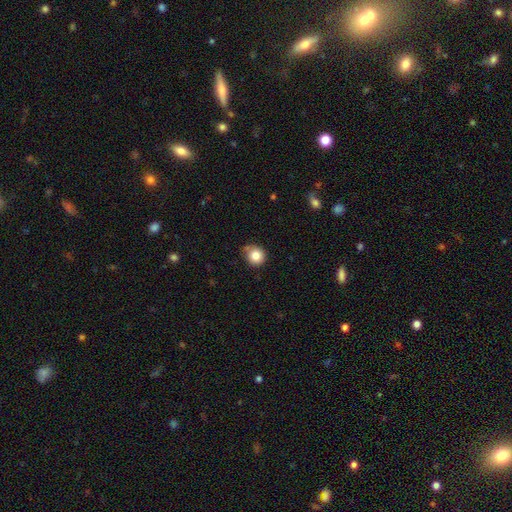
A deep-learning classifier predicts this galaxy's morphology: smooth 82%, star or artifact 10%, featured or disk 7%. Down the decision tree: how rounded — round (89%); merging — none (71%).